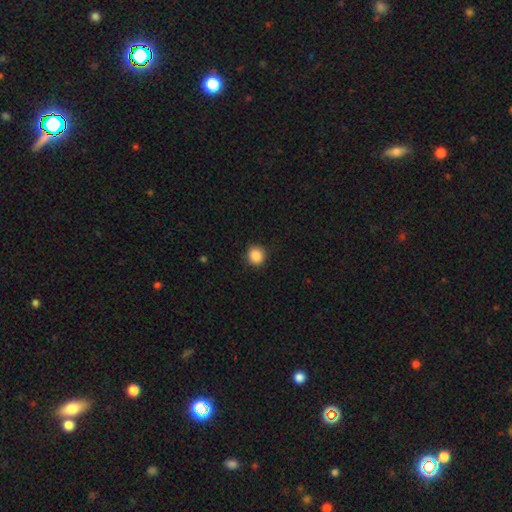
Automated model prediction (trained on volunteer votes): Q: Smooth or featured?
A: smooth (88%); runner-up: star or artifact (10%)
Q: How rounded?
A: round (88%); runner-up: in between (11%)
Q: Merging?
A: none (90%); runner-up: minor disturbance (7%)